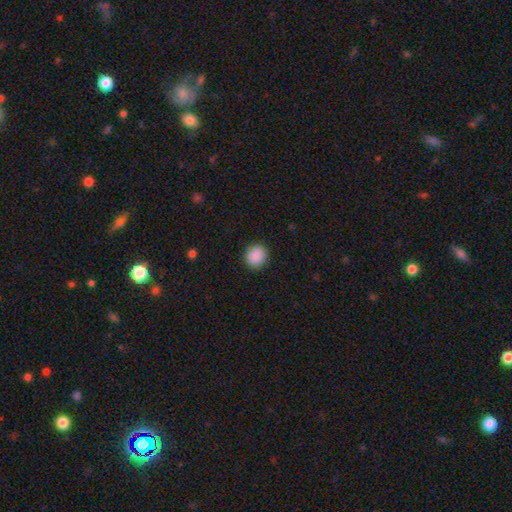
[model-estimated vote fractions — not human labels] smooth_or_featured: smooth (p=0.90) [alt: star or artifact p=0.08]
how_rounded: round (p=0.78) [alt: in between p=0.21]
merging: none (p=0.90) [alt: minor disturbance p=0.07]